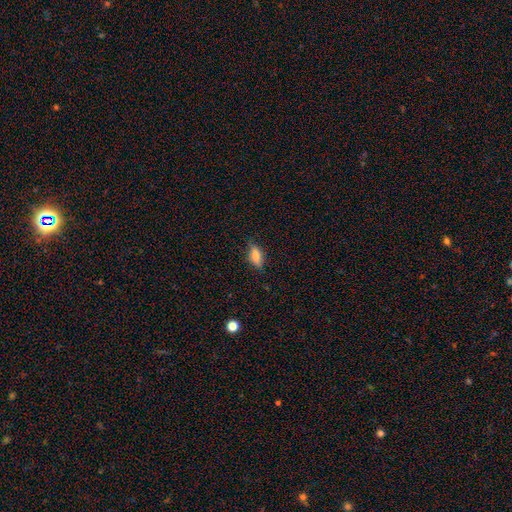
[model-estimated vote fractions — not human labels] The model was most divided on "smooth or featured": smooth: 74%, featured or disk: 18%, star or artifact: 8%. More confident: merging — none (78%); how rounded — in between (77%).